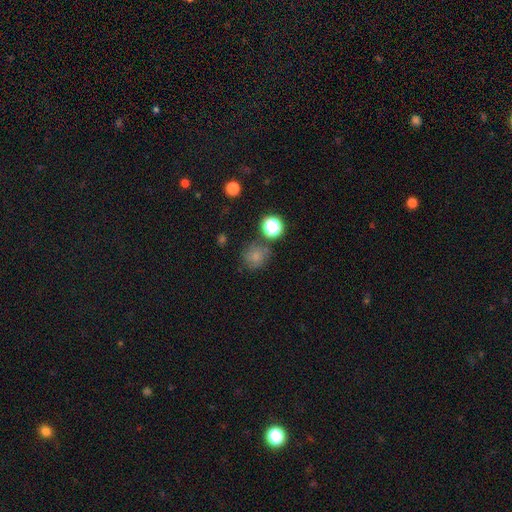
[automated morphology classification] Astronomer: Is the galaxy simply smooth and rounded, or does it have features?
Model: smooth — 73%.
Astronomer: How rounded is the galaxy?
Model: round — 87%.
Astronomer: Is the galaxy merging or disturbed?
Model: none — 70%.